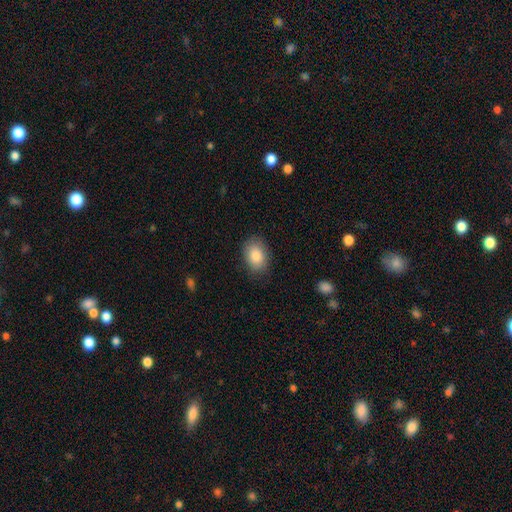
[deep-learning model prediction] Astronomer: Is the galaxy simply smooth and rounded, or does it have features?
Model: smooth — 87%.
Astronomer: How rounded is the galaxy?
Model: in between — 84%.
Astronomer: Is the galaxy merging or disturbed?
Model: none — 84%.